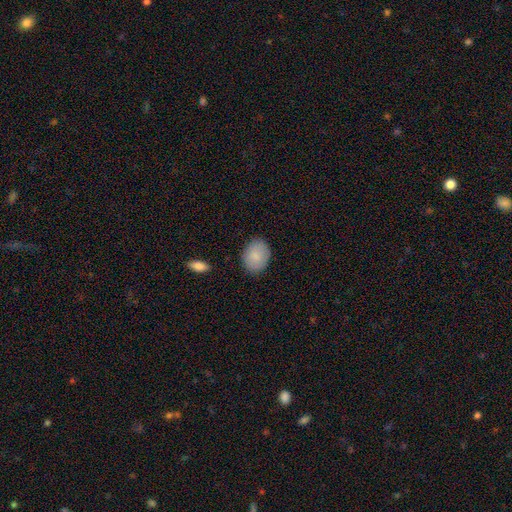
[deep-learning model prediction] Q: Smooth or featured?
A: smooth (86%); runner-up: featured or disk (8%)
Q: How rounded?
A: in between (57%); runner-up: round (42%)
Q: Merging?
A: none (85%); runner-up: minor disturbance (11%)